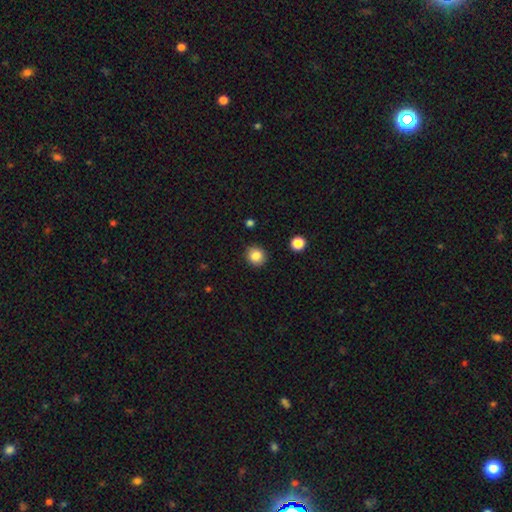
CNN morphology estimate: This appears to be a smooth galaxy with no disk features (85%) that is round (88%). Merging: none (89%).